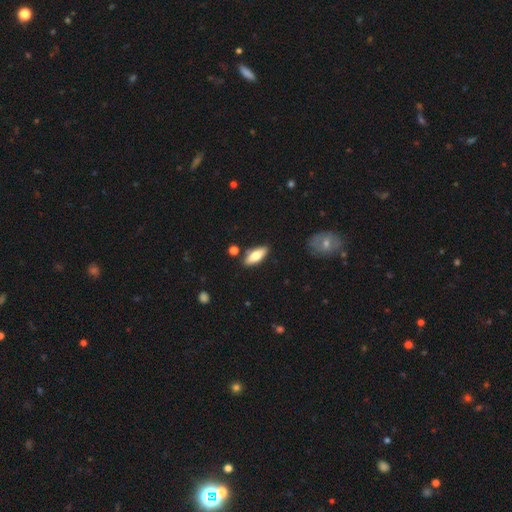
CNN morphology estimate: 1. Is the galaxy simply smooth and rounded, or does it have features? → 69% smooth, 25% featured or disk, 6% star or artifact.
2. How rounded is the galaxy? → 73% in between, 24% cigar-shaped, 2% round.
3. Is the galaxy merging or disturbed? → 82% none, 11% minor disturbance, 5% merger, 2% major disturbance.